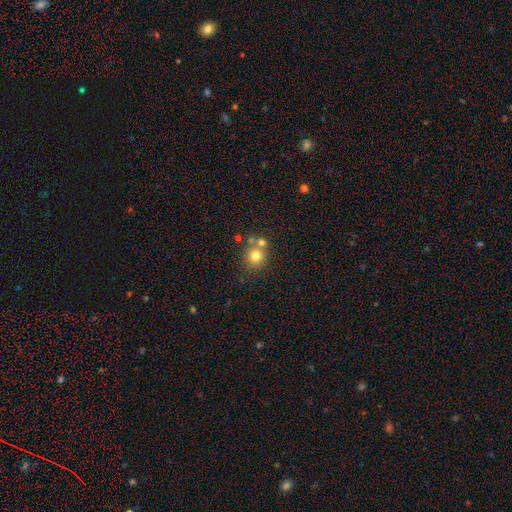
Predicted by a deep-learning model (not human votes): Smooth or featured? Predicted: smooth (p=0.76). How rounded? Predicted: round (p=0.89). Merging? Predicted: none (p=0.62).